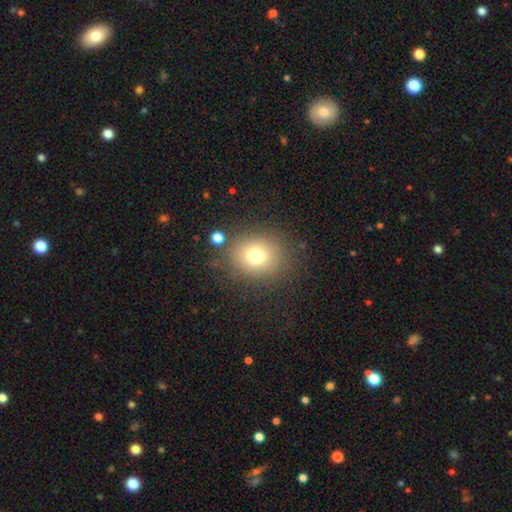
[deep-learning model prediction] A smooth galaxy with no disk features (74%) that is round (79%).

Vote fractions:
- Smooth or featured? smooth: 74% / star or artifact: 15% / featured or disk: 11%
- How rounded? round: 79% / in between: 20% / cigar-shaped: 1%
- Merging? none: 82% / minor disturbance: 10% / major disturbance: 5% / merger: 3%